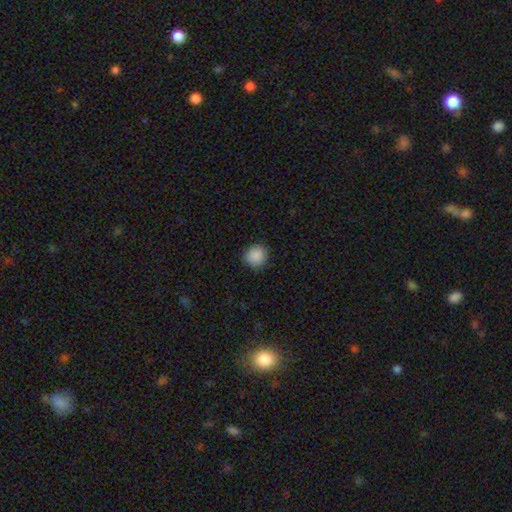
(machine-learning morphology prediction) Smooth or featured: smooth — 89% (star or artifact — 8%)
How rounded: round — 89% (in between — 10%)
Merging: none — 89% (minor disturbance — 8%)